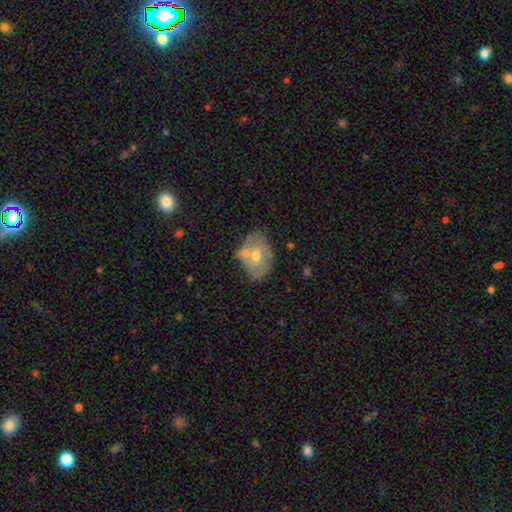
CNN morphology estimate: Q: Smooth or featured?
A: smooth (47%); runner-up: featured or disk (45%)
Q: Merging?
A: none (41%); runner-up: merger (28%)